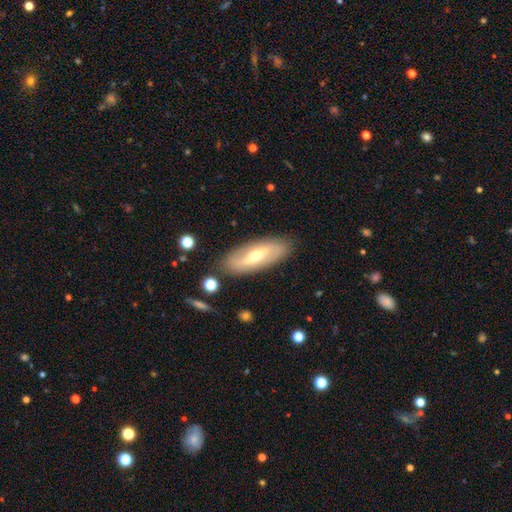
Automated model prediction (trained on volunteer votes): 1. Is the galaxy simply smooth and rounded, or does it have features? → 64% featured or disk, 30% smooth, 6% star or artifact.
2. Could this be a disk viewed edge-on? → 78% no, 22% yes.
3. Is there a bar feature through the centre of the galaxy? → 37% weak, 36% strong, 27% no.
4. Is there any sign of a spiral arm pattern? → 63% yes, 37% no.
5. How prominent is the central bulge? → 53% moderate, 42% small, 2% large, 1% none, 1% dominant.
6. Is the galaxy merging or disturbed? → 86% none, 10% minor disturbance, 3% major disturbance, 2% merger.